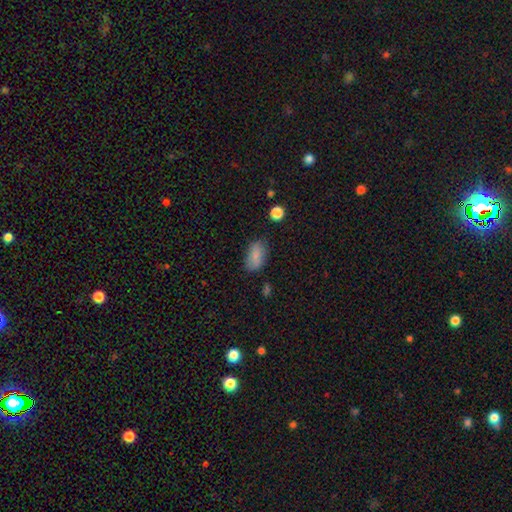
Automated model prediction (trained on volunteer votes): smooth_or_featured: smooth (p=0.84) [alt: star or artifact p=0.08]
how_rounded: in between (p=0.92) [alt: round p=0.05]
merging: none (p=0.78) [alt: minor disturbance p=0.16]